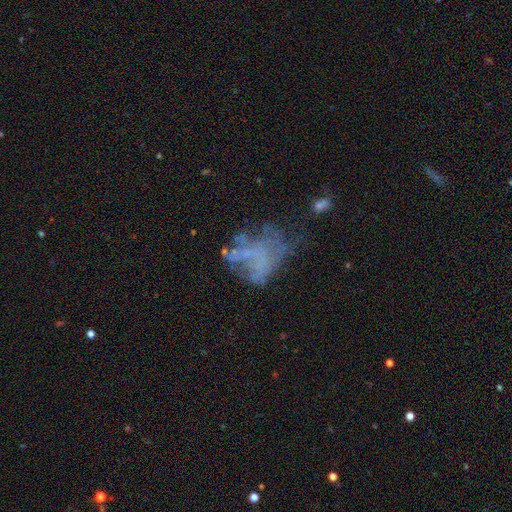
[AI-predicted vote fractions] smooth_or_featured: featured or disk (p=0.53) [alt: smooth p=0.26]
disk_edge_on: no (p=0.98) [alt: yes p=0.02]
bar: no (p=0.91) [alt: weak p=0.07]
has_spiral_arms: no (p=0.88) [alt: yes p=0.12]
bulge_size: none (p=0.85) [alt: small p=0.08]
merging: major disturbance (p=0.41) [alt: none p=0.32]